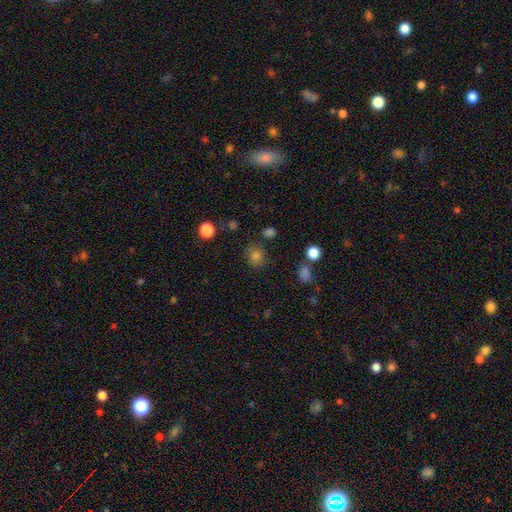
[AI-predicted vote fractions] Morphology: type=smooth (78%); roundness=round (79%); merging=none (81%).